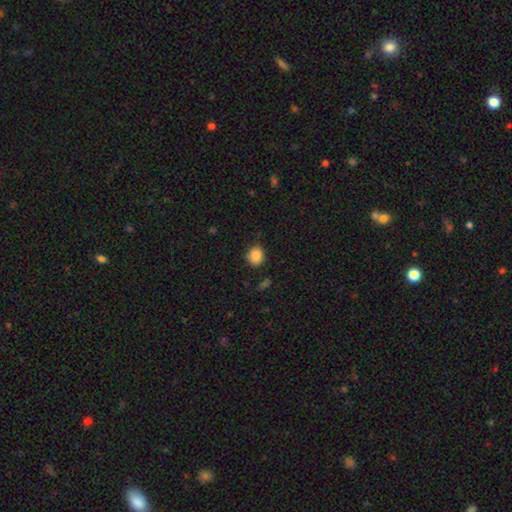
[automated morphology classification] type=smooth (87%); roundness=round (67%); merging=none (79%).